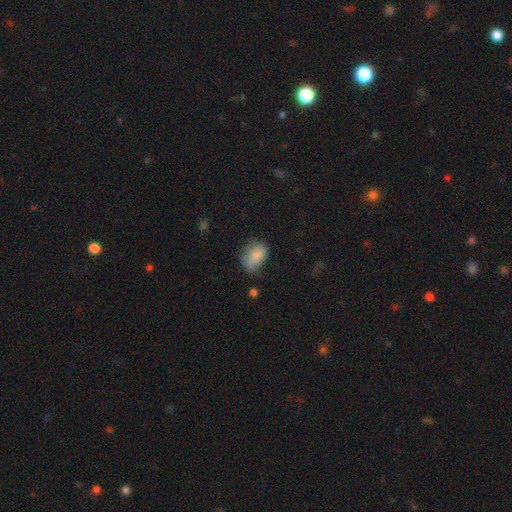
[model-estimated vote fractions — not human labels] A smooth galaxy with no disk features (81%) that is in between round and cigar-shaped (78%).

Vote fractions:
- Smooth or featured? smooth: 81% / featured or disk: 10% / star or artifact: 9%
- How rounded? in between: 78% / round: 21% / cigar-shaped: 1%
- Merging? none: 43% / minor disturbance: 38% / major disturbance: 16% / merger: 3%